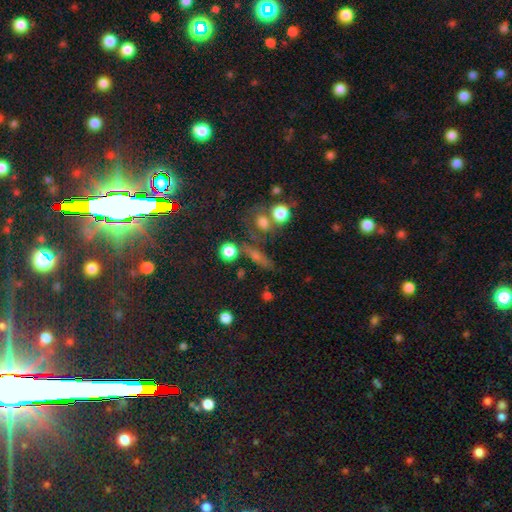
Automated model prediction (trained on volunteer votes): smooth 52%, star or artifact 25%, featured or disk 22%. Down the decision tree: how rounded — cigar-shaped (43%); merging — none (61%).